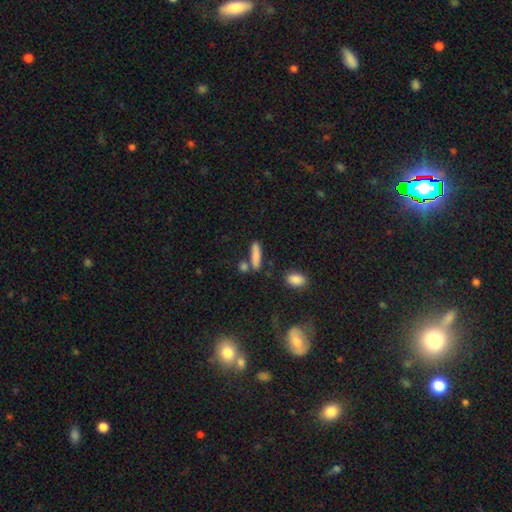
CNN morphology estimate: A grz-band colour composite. It shows a smooth galaxy with no disk features (81%) that is cigar-shaped (76%). Merging: none (70%).